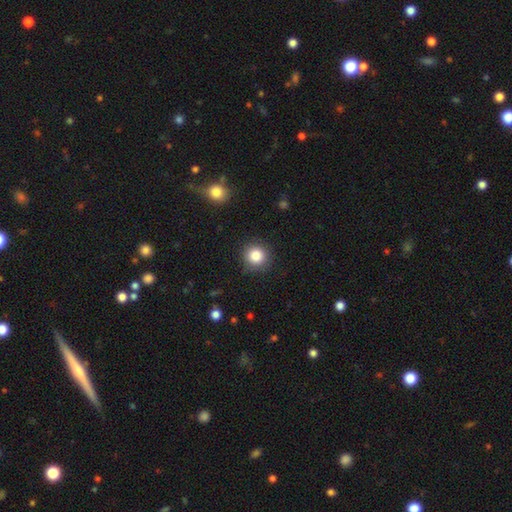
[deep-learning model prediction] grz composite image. It shows a smooth galaxy with no disk features (84%) that is round (92%). Merging: none (88%).